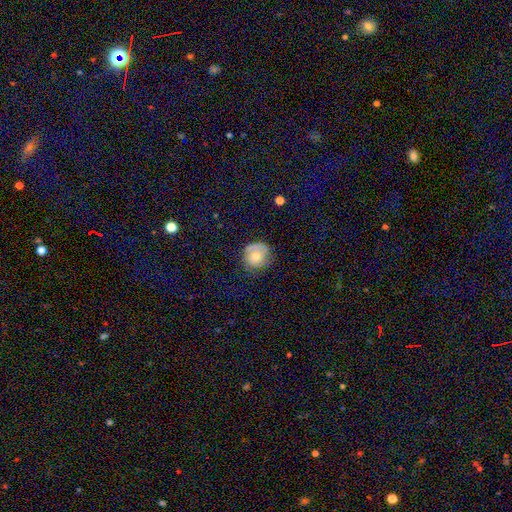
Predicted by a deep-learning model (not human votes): A smooth galaxy with no disk features (59%) that is round (84%).

Vote fractions:
- Smooth or featured? smooth: 59% / featured or disk: 33% / star or artifact: 8%
- How rounded? round: 84% / in between: 15% / cigar-shaped: 1%
- Merging? none: 66% / minor disturbance: 23% / major disturbance: 9% / merger: 2%